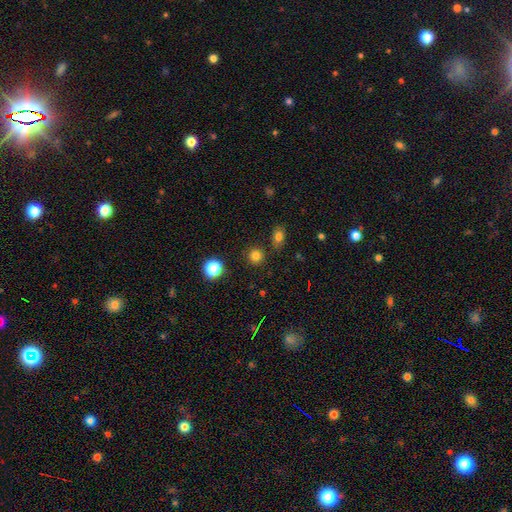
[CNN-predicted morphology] smooth_or_featured: smooth (p=0.79) [alt: star or artifact p=0.16]
how_rounded: round (p=0.92) [alt: in between p=0.07]
merging: none (p=0.87) [alt: minor disturbance p=0.07]